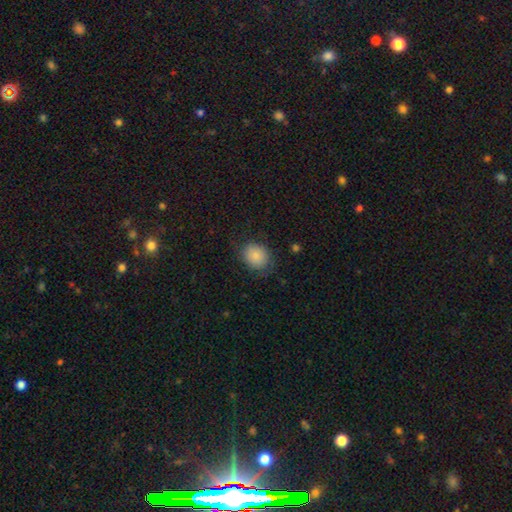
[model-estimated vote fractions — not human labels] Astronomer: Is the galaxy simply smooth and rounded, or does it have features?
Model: smooth — 85%.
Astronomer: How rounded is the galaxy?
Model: round — 62% (runner-up: in between, 37%).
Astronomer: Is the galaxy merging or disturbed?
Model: none — 76%.